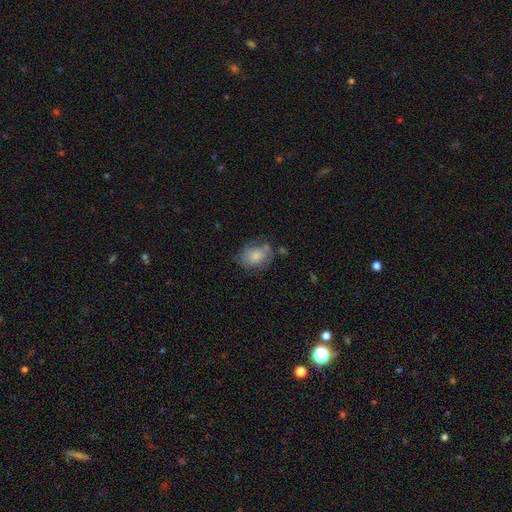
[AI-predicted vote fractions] Smooth or featured? Predicted: smooth (p=0.70). How rounded? Predicted: in between (p=0.62). Merging? Predicted: none (p=0.54).